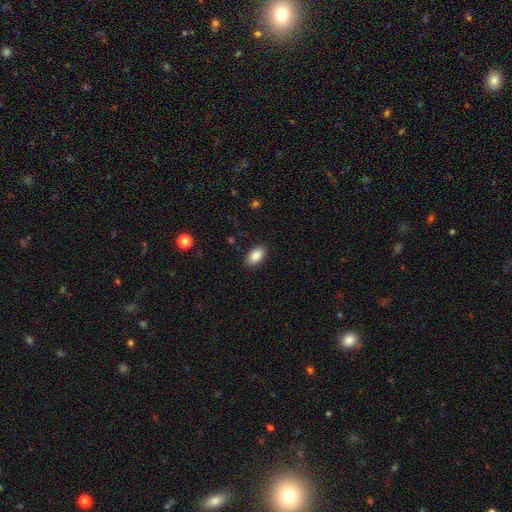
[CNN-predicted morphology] smooth 89%, star or artifact 7%, featured or disk 4%. Down the decision tree: how rounded — in between (92%); merging — none (88%).